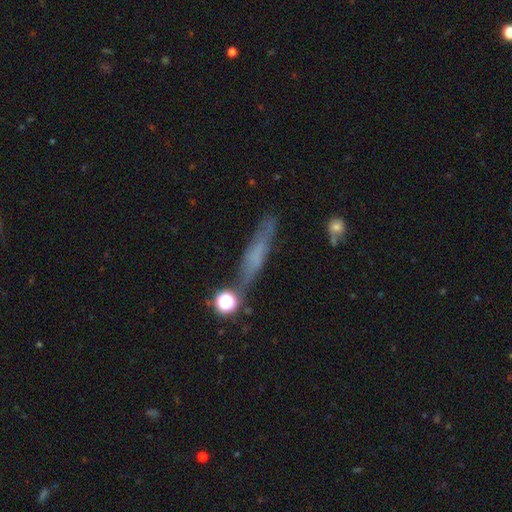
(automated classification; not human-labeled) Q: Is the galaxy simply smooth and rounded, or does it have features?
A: smooth — 44%.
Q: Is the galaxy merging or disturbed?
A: none — 67%.